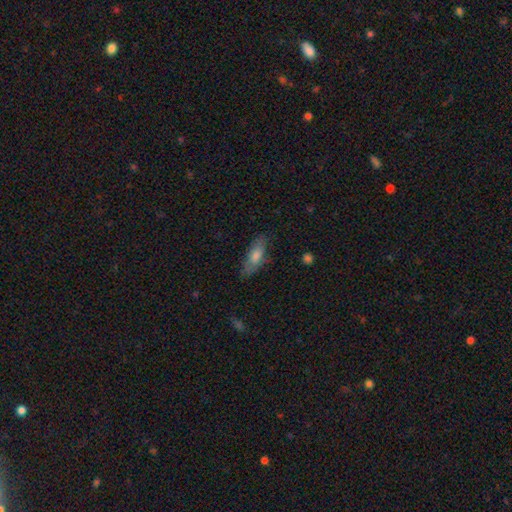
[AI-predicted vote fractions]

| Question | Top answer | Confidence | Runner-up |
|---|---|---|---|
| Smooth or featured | smooth | 64% | featured or disk (28%) |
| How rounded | in between | 59% | cigar-shaped (39%) |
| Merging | none | 77% | minor disturbance (17%) |